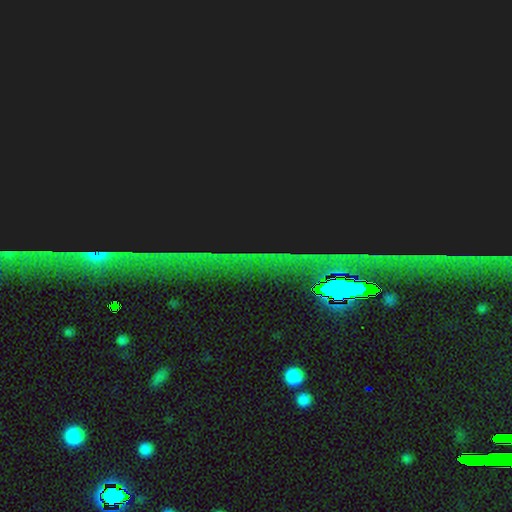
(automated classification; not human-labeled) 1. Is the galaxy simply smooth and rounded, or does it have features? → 83% star or artifact, 9% featured or disk, 8% smooth.